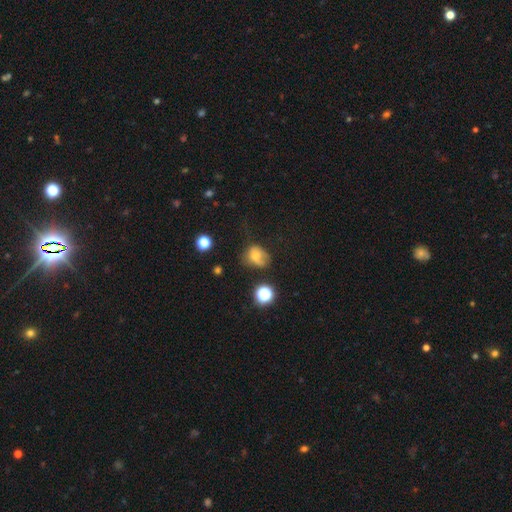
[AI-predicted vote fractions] Morphology: type=smooth (64%); roundness=round (52%); merging=none (40%).